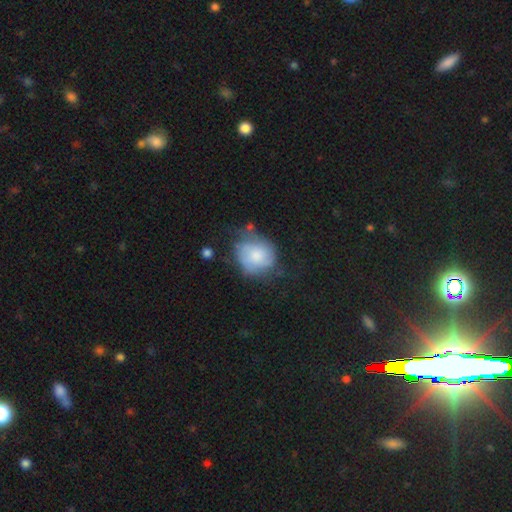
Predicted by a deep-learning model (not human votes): smooth_or_featured: smooth (p=0.58) [alt: featured or disk p=0.35]
how_rounded: round (p=0.69) [alt: in between p=0.30]
merging: none (p=0.46) [alt: minor disturbance p=0.31]